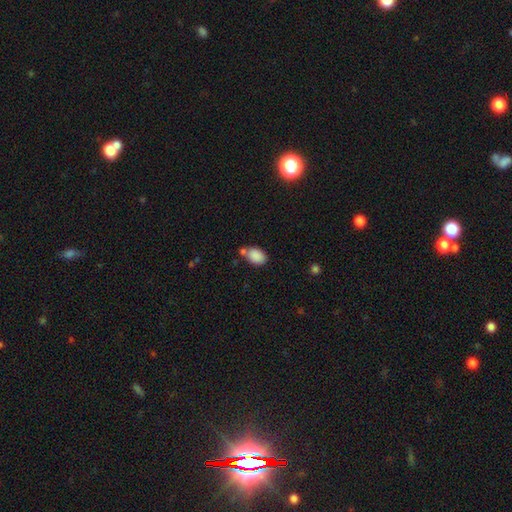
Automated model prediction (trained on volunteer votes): Morphology: type=smooth (87%); roundness=in between (84%); merging=none (58%).